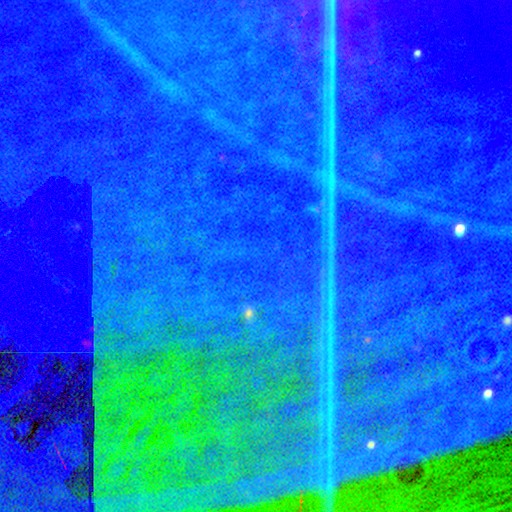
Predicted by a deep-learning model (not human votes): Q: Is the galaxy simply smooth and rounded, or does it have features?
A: star or artifact — 88%.